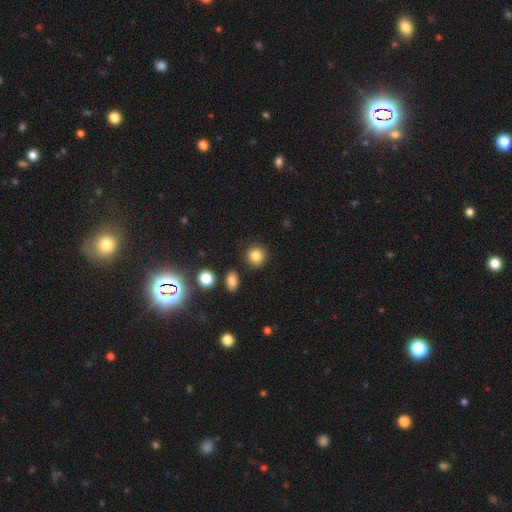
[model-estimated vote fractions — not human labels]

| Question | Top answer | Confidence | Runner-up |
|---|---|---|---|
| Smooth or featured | smooth | 84% | star or artifact (10%) |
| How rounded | round | 90% | in between (9%) |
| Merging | none | 88% | minor disturbance (7%) |